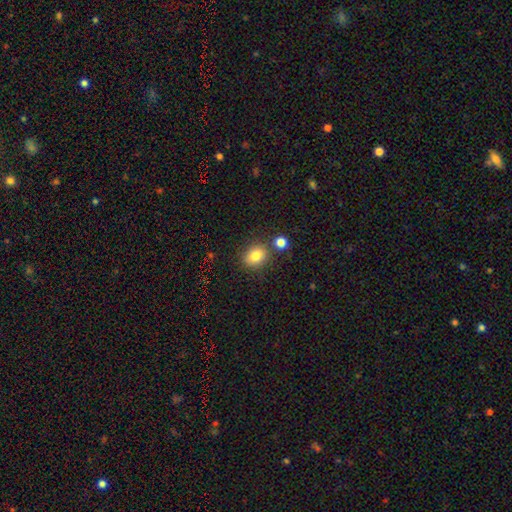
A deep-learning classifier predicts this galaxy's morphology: Smooth or featured? Predicted: smooth (p=0.82). How rounded? Predicted: round (p=0.51). Merging? Predicted: none (p=0.77).